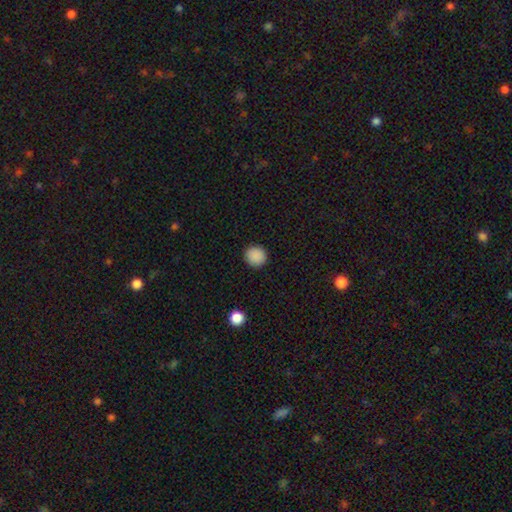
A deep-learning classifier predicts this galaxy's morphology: A smooth galaxy with no disk features (89%) that is round (93%).

Vote fractions:
- Smooth or featured? smooth: 89% / star or artifact: 9% / featured or disk: 2%
- How rounded? round: 93% / in between: 7% / cigar-shaped: 1%
- Merging? none: 92% / minor disturbance: 5% / major disturbance: 2% / merger: 1%